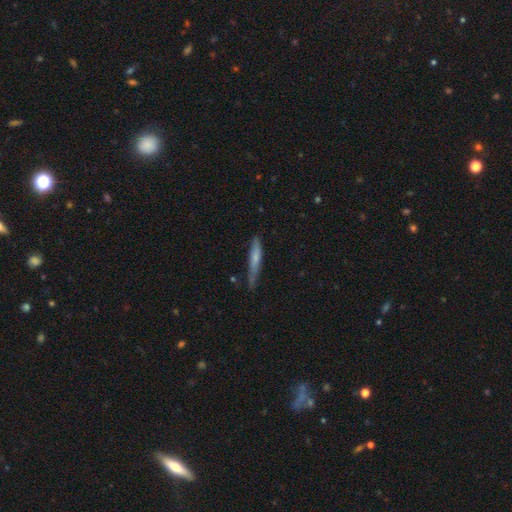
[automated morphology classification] This appears to be a smooth galaxy with no disk features (56%) that is cigar-shaped (93%). Merging: none (72%).